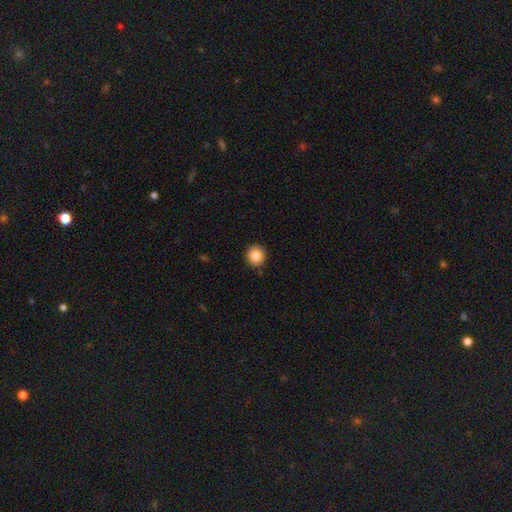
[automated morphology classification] smooth_or_featured: smooth (p=0.85) [alt: star or artifact p=0.09]
how_rounded: round (p=0.88) [alt: in between p=0.11]
merging: none (p=0.90) [alt: minor disturbance p=0.07]